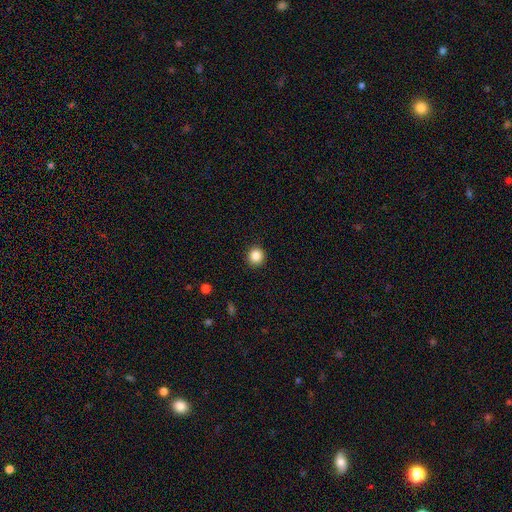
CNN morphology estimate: A smooth galaxy with no disk features (86%) that is round (93%). Merging: none (93%).